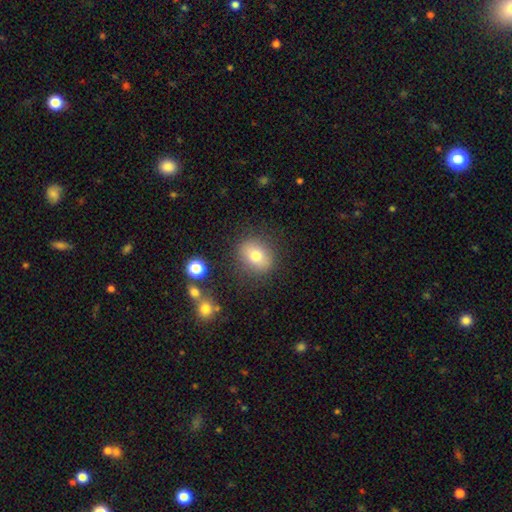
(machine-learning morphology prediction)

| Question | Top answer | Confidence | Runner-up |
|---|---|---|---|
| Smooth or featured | smooth | 75% | featured or disk (14%) |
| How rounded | round | 56% | in between (43%) |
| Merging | none | 83% | minor disturbance (11%) |